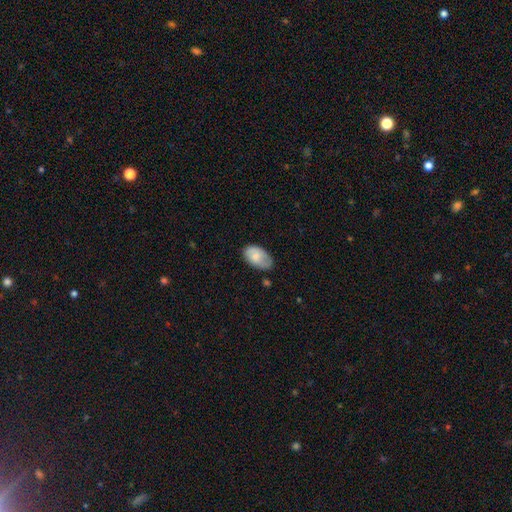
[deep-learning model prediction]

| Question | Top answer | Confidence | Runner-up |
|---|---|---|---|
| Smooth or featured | smooth | 76% | featured or disk (17%) |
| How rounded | in between | 93% | round (5%) |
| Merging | none | 66% | minor disturbance (26%) |